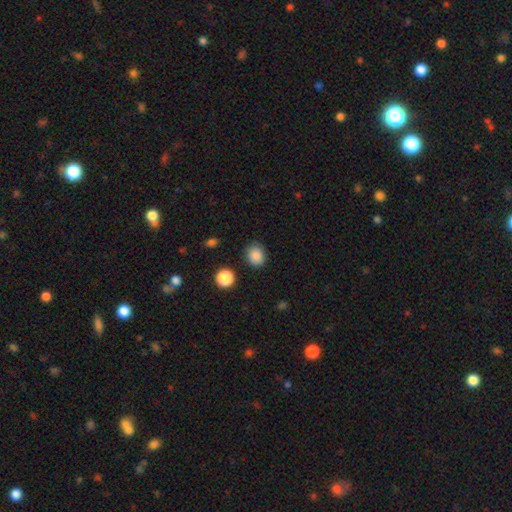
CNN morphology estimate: This appears to be a smooth galaxy with no disk features (87%) that is round (66%). Merging: none (85%).